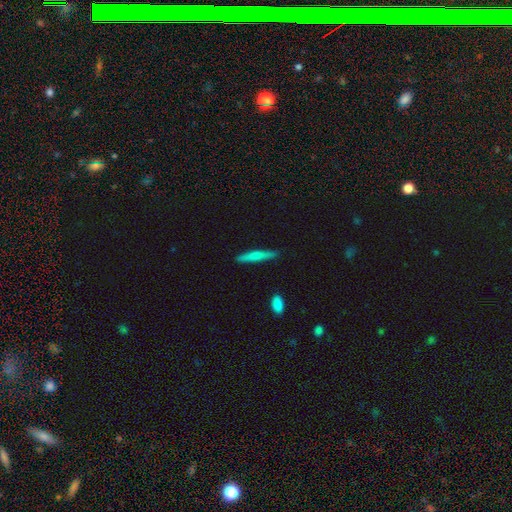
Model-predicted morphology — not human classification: A smooth galaxy with no disk features (60%) that is cigar-shaped (92%).

Vote fractions:
- Smooth or featured? smooth: 60% / featured or disk: 34% / star or artifact: 6%
- How rounded? cigar-shaped: 92% / in between: 6% / round: 2%
- Merging? none: 88% / minor disturbance: 9% / major disturbance: 2% / merger: 2%